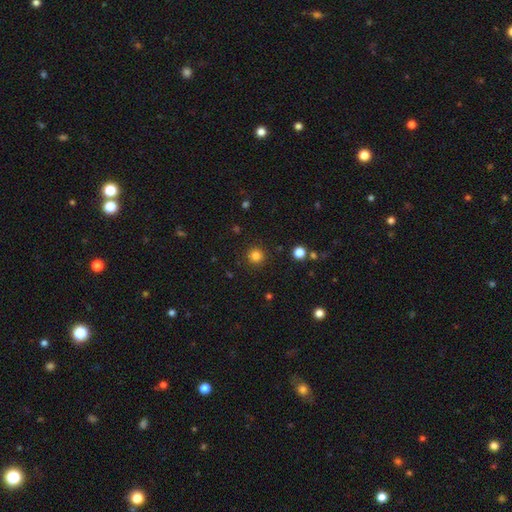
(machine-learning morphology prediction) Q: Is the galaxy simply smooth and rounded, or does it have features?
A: smooth — 83%.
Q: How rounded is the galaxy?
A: round — 94%.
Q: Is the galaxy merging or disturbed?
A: none — 91%.